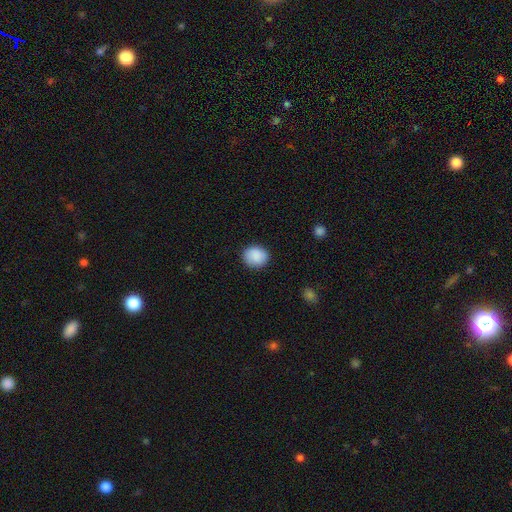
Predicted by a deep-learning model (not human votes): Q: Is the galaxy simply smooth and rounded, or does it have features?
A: smooth — 89%.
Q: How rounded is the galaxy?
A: round — 74%.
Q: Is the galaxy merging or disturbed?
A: none — 88%.